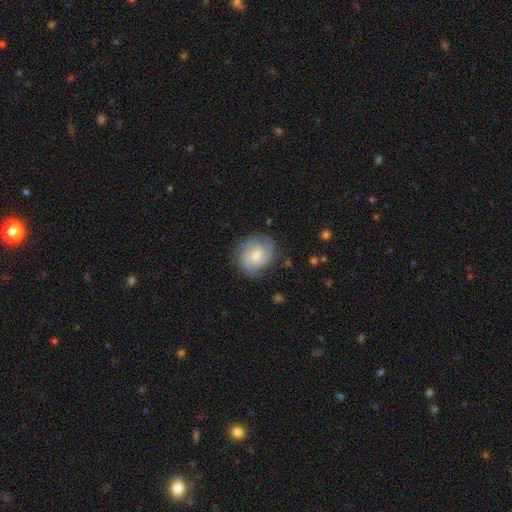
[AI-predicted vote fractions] smooth-or-featured: smooth: 52% | featured or disk: 41% | star or artifact: 7%
  how-rounded: round: 72% | in between: 27% | cigar-shaped: 1%
  merging: none: 70% | minor disturbance: 22% | major disturbance: 7% | merger: 1%